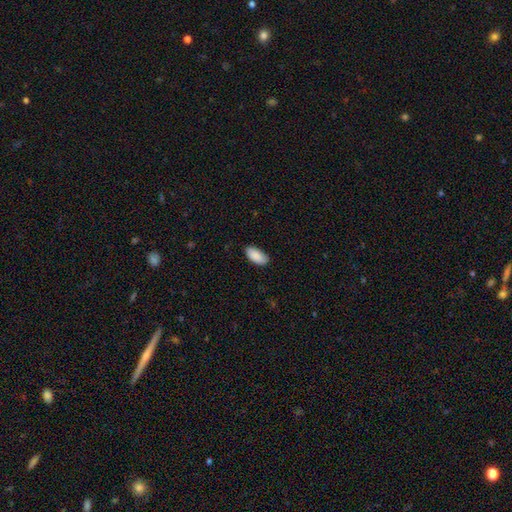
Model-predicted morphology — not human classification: smooth-or-featured: smooth: 90% | star or artifact: 6% | featured or disk: 4%
  how-rounded: in between: 93% | cigar-shaped: 5% | round: 2%
  merging: none: 81% | minor disturbance: 15% | major disturbance: 2% | merger: 1%